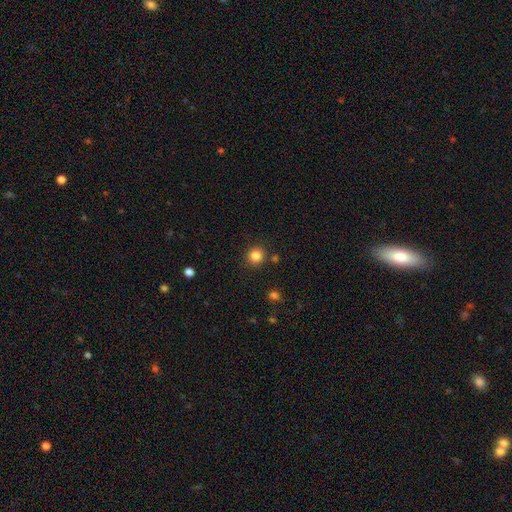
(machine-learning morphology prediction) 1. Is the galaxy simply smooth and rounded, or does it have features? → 84% smooth, 12% star or artifact, 4% featured or disk.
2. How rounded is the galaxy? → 91% round, 8% in between, 1% cigar-shaped.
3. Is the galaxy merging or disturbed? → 87% none, 7% minor disturbance, 4% merger, 3% major disturbance.